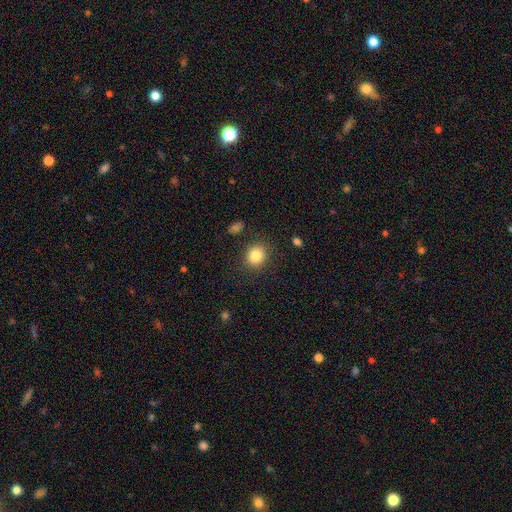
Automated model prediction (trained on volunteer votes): Smooth or featured?
  - smooth: 83% *
  - star or artifact: 10%
  - featured or disk: 7%
How rounded?
  - round: 72% *
  - in between: 27%
  - cigar-shaped: 1%
Merging?
  - none: 86% *
  - minor disturbance: 9%
  - major disturbance: 3%
  - merger: 2%